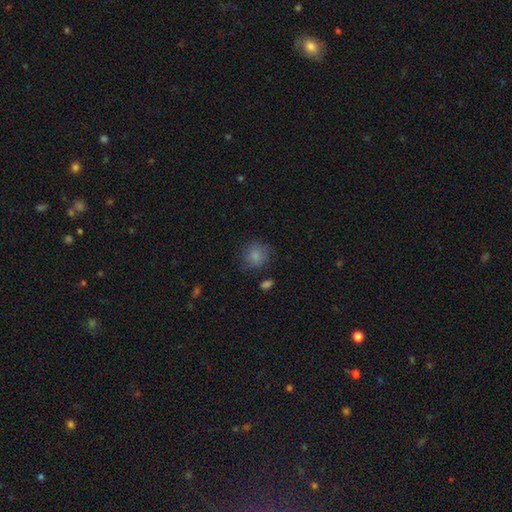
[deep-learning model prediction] smooth 83%, star or artifact 9%, featured or disk 8%. Down the decision tree: how rounded — round (82%); merging — none (71%).